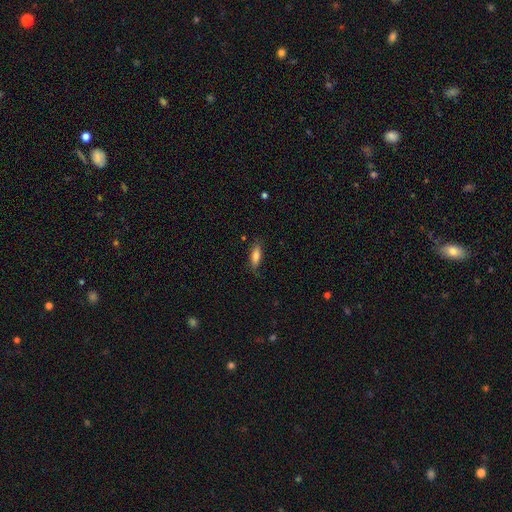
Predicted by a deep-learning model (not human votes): smooth 79%, featured or disk 15%, star or artifact 7%. Down the decision tree: how rounded — in between (59%); merging — none (74%).